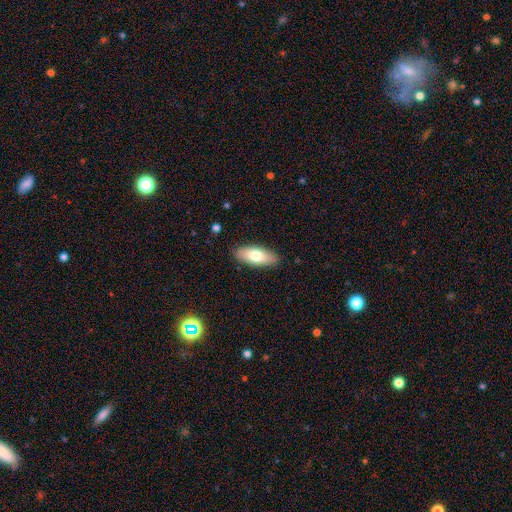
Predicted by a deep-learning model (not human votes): This is likely a smooth galaxy (73%). How rounded: likely in between (79%). Merging: clearly none (88%).